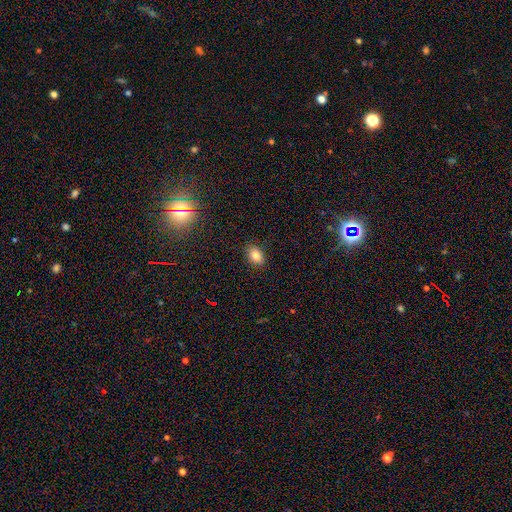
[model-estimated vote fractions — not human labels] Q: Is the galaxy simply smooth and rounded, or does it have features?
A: smooth — 81%.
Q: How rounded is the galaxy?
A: in between — 75%.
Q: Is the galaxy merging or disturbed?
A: none — 89%.